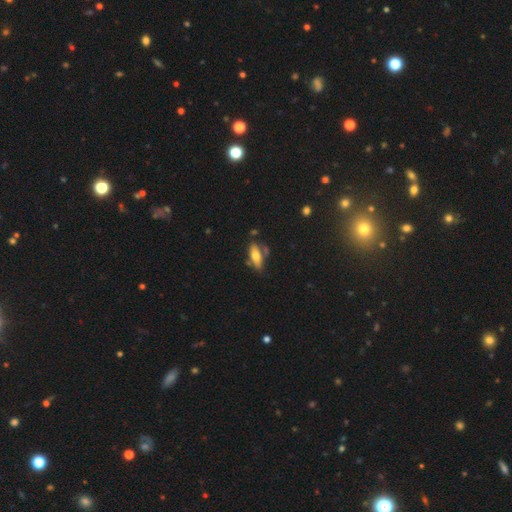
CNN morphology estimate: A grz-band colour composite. It shows a smooth galaxy with no disk features (63%) that is in between round and cigar-shaped (70%). Merging: none (59%).